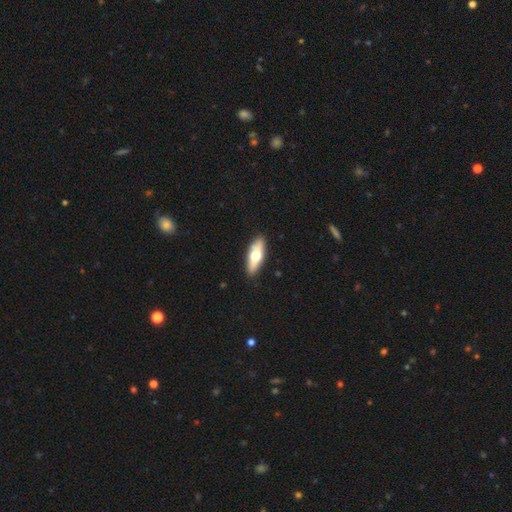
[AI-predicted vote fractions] Smooth or featured: smooth — 52% (featured or disk — 42%)
How rounded: in between — 58% (cigar-shaped — 39%)
Merging: none — 89% (minor disturbance — 8%)